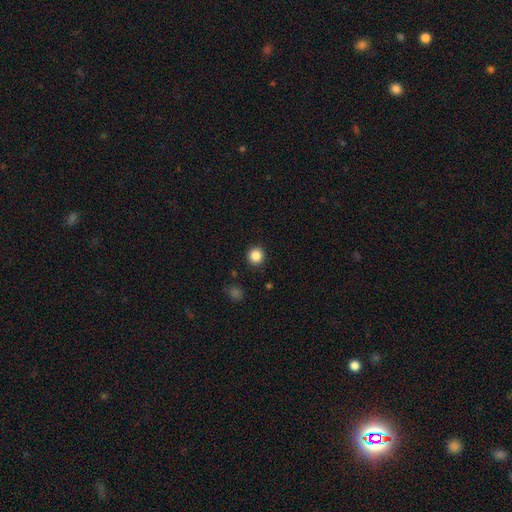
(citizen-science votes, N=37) Overall: smooth (84%). How rounded: round (100%). Merging: none (88%).